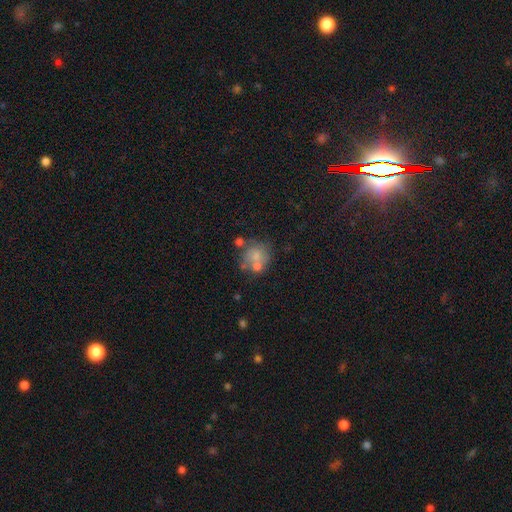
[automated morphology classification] A smooth galaxy with no disk features (60%) that is round (78%). Merging: none (45%).